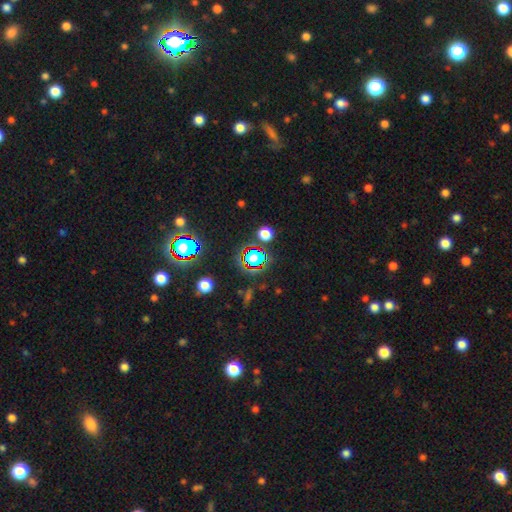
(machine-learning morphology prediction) type=star or artifact (56%).